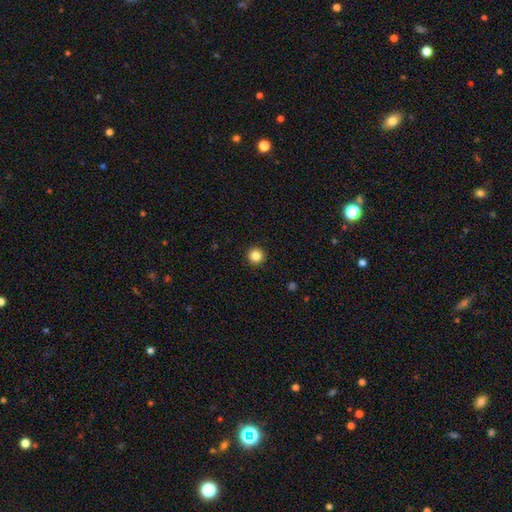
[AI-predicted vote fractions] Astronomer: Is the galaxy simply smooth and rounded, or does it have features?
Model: smooth — 85%.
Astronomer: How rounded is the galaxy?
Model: round — 96%.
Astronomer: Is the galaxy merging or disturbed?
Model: none — 93%.